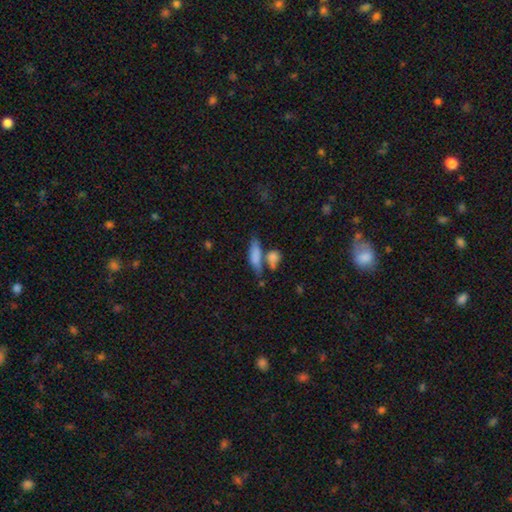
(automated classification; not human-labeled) This appears to be a smooth galaxy with no disk features (75%) that is cigar-shaped (49%). Merging: none (42%).